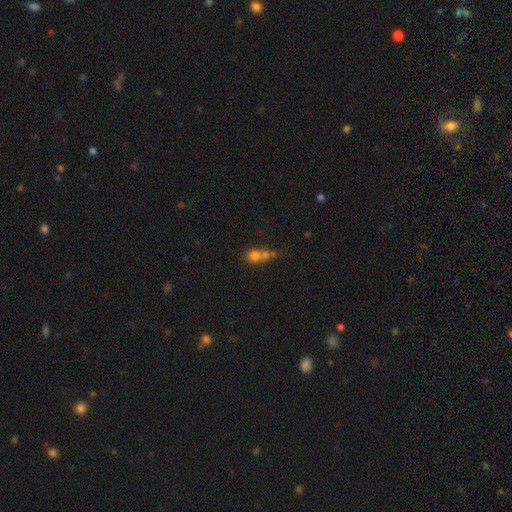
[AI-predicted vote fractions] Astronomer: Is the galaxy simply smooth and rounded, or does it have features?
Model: smooth — 65%.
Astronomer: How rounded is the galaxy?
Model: round — 76%.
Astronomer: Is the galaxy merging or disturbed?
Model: merger — 48% (runner-up: none, 35%).